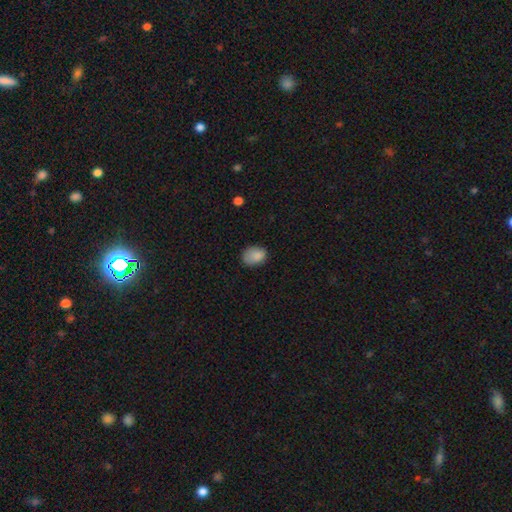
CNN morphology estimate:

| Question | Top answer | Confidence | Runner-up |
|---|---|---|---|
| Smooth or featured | smooth | 85% | star or artifact (9%) |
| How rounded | in between | 69% | round (30%) |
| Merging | none | 68% | minor disturbance (25%) |